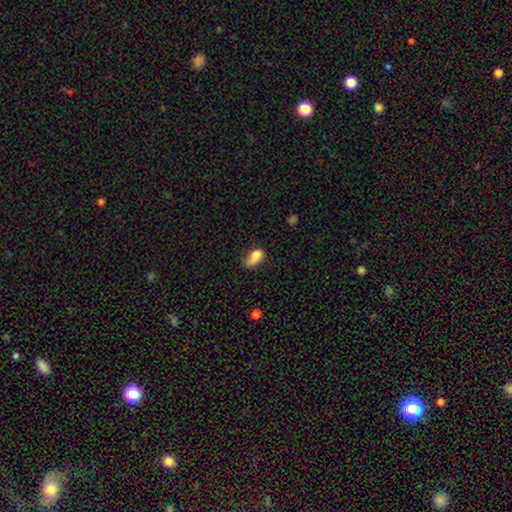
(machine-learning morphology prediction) Q: Smooth or featured?
A: smooth (78%); runner-up: featured or disk (13%)
Q: How rounded?
A: in between (87%); runner-up: round (8%)
Q: Merging?
A: none (35%); runner-up: minor disturbance (33%)